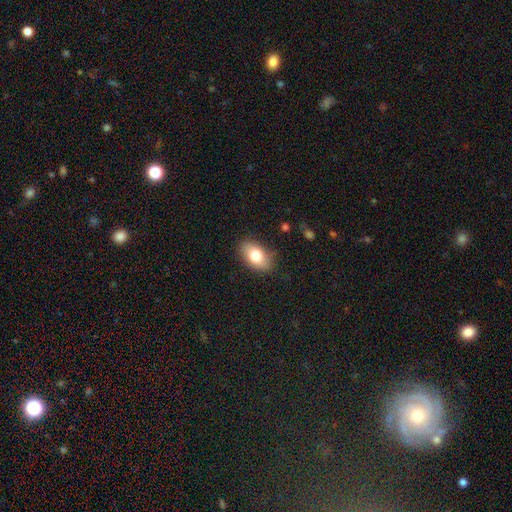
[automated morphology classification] type=smooth (77%); roundness=in between (89%); merging=none (83%).